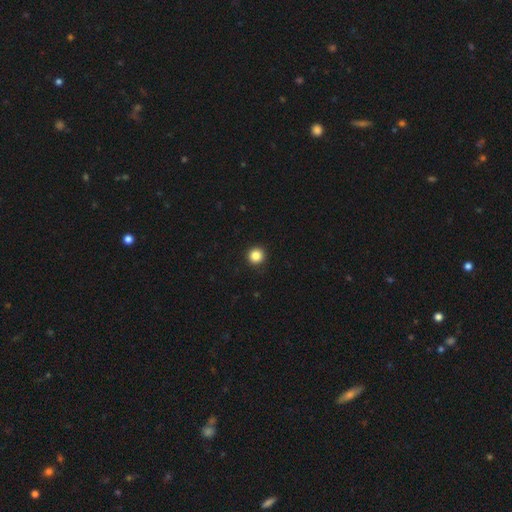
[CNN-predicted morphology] Q: Smooth or featured?
A: smooth (85%); runner-up: star or artifact (11%)
Q: How rounded?
A: round (96%); runner-up: in between (3%)
Q: Merging?
A: none (93%); runner-up: minor disturbance (4%)